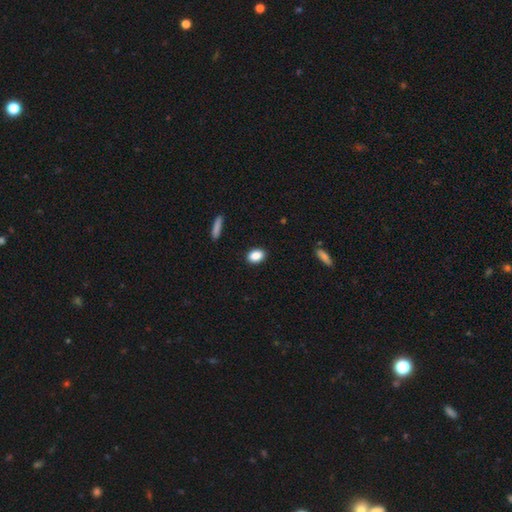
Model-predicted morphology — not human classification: A smooth galaxy with no disk features (87%) that is in between round and cigar-shaped (77%).

Vote fractions:
- Smooth or featured? smooth: 87% / star or artifact: 8% / featured or disk: 5%
- How rounded? in between: 77% / round: 20% / cigar-shaped: 2%
- Merging? none: 90% / minor disturbance: 7% / major disturbance: 2% / merger: 1%